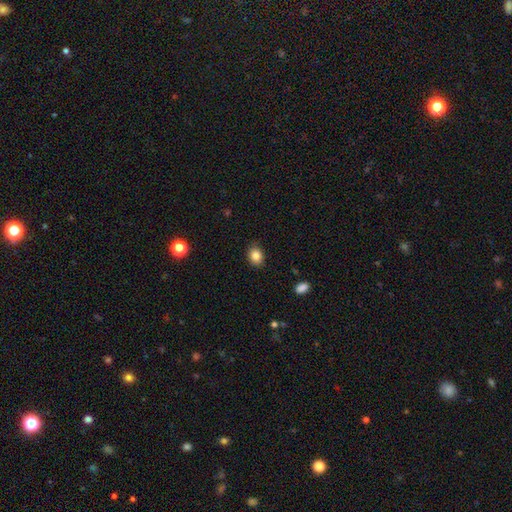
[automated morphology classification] The model was most divided on "how rounded": round: 51%, in between: 49%, cigar-shaped: 1%. More confident: smooth or featured — smooth (85%); merging — none (83%).